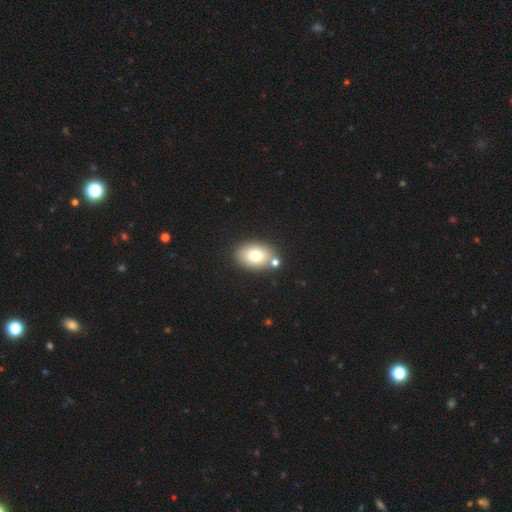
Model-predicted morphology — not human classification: Smooth or featured: smooth — 74% (featured or disk — 16%)
How rounded: in between — 77% (round — 21%)
Merging: none — 74% (merger — 13%)